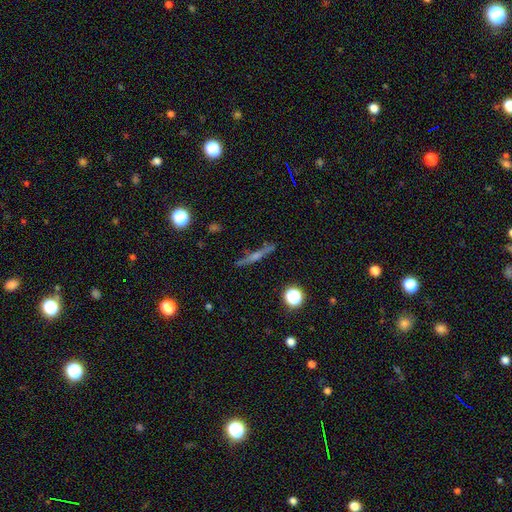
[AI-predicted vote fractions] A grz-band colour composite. It shows a featured or disk galaxy (59%) viewed edge-on (95%) with a rounded central bulge (66%). Merging: none (85%).